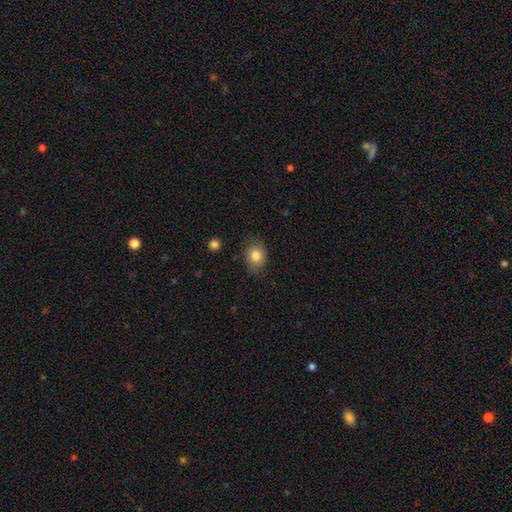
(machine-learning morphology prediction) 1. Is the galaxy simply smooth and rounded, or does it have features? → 82% smooth, 9% star or artifact, 9% featured or disk.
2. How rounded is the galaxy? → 50% round, 49% in between, 1% cigar-shaped.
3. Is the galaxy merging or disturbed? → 80% none, 15% minor disturbance, 3% major disturbance, 1% merger.